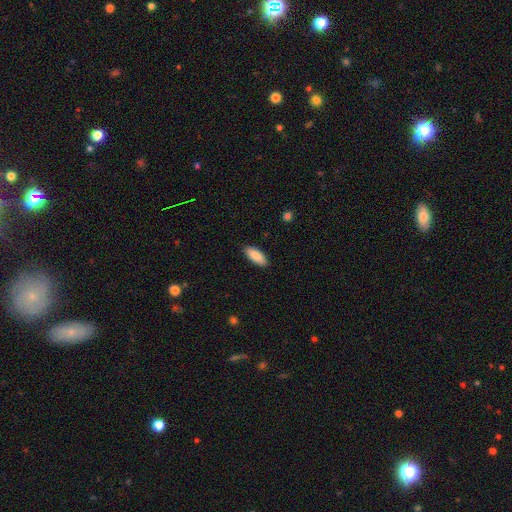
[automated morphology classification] This is clearly a smooth galaxy (89%). How rounded: clearly in between (81%). Merging: clearly none (89%).